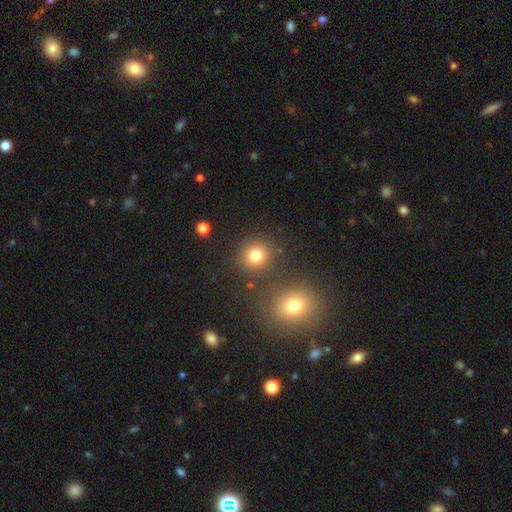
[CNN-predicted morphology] This is likely a smooth galaxy (79%). How rounded: clearly round (88%). Merging: clearly none (82%).